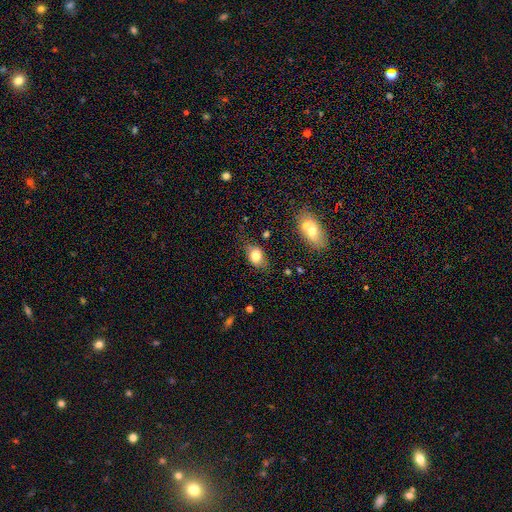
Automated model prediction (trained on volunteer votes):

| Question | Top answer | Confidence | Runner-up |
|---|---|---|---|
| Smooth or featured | smooth | 76% | featured or disk (15%) |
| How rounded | in between | 78% | round (20%) |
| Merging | none | 66% | minor disturbance (24%) |